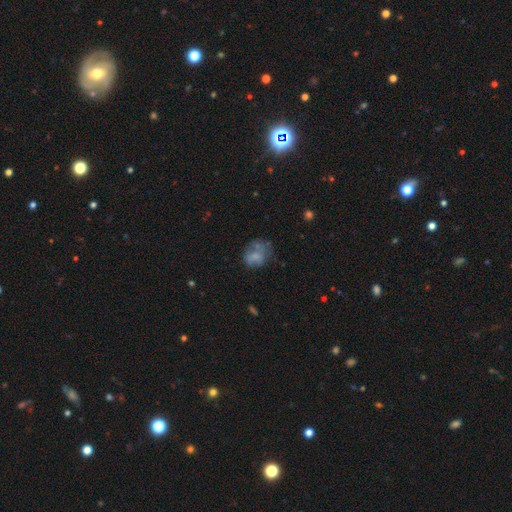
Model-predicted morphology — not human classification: Q: Smooth or featured?
A: smooth (59%); runner-up: featured or disk (29%)
Q: How rounded?
A: in between (51%); runner-up: round (47%)
Q: Merging?
A: none (41%); runner-up: minor disturbance (27%)